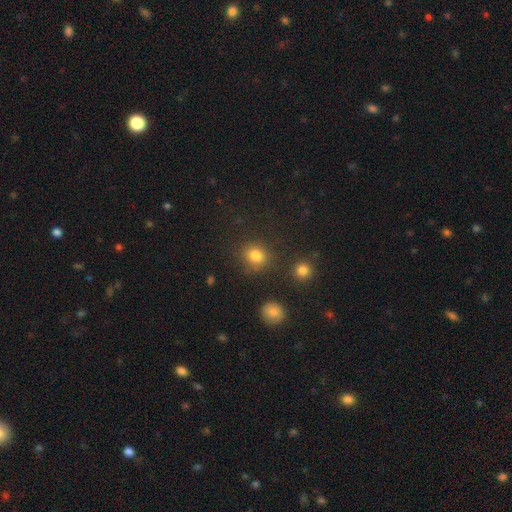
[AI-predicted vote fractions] The model was most divided on "how rounded": round: 79%, in between: 20%, cigar-shaped: 1%. More confident: smooth or featured — smooth (81%); merging — none (80%).